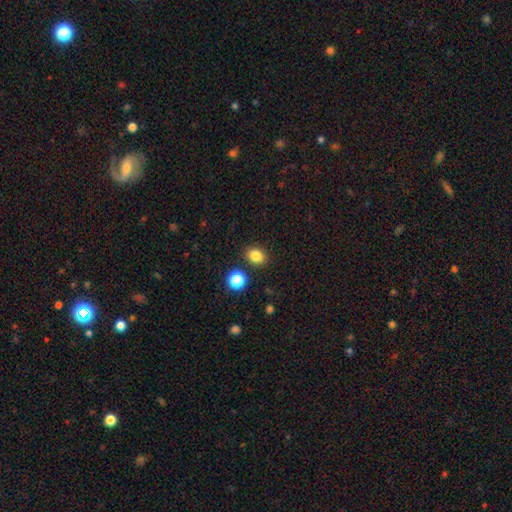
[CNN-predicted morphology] Smooth or featured: smooth — 83% (star or artifact — 12%)
How rounded: in between — 54% (round — 45%)
Merging: none — 86% (minor disturbance — 8%)